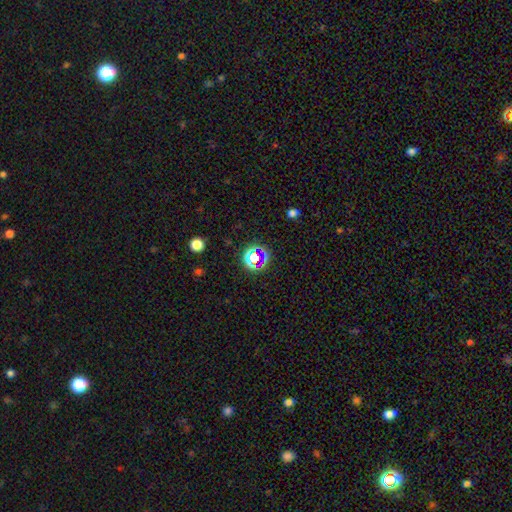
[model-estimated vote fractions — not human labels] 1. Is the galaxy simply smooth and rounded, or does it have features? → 59% star or artifact, 30% smooth, 11% featured or disk.